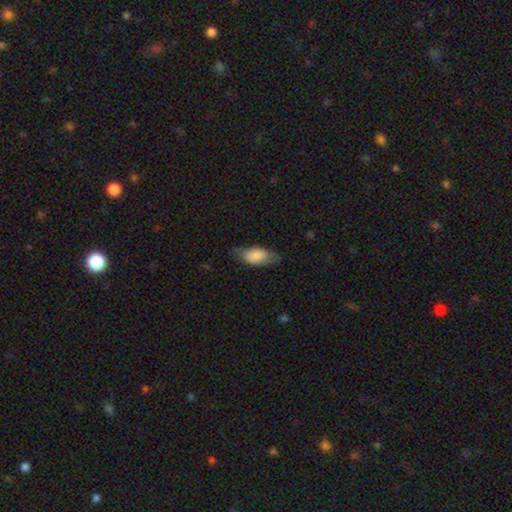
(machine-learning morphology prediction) smooth-or-featured: smooth: 73% | featured or disk: 20% | star or artifact: 6%
  how-rounded: in between: 88% | cigar-shaped: 9% | round: 4%
  merging: none: 66% | minor disturbance: 24% | major disturbance: 9% | merger: 1%